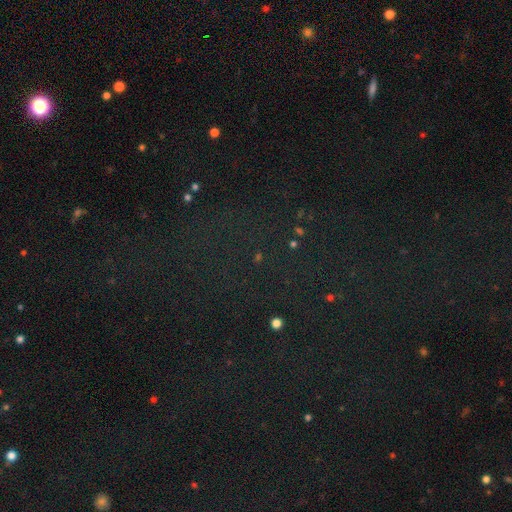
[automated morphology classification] type=star or artifact (76%).